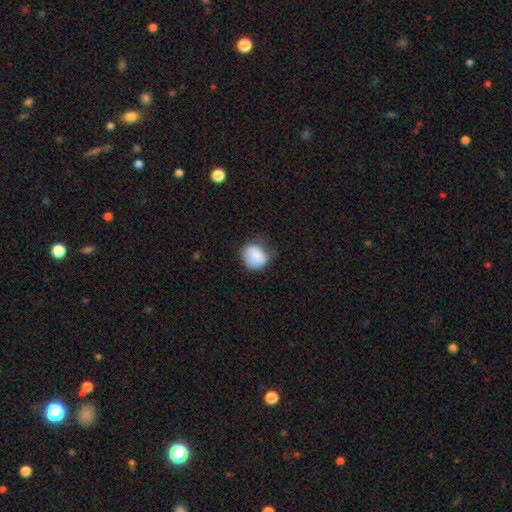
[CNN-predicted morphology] Smooth or featured? smooth (83%)
How rounded? round (72%)
Merging? none (51%)